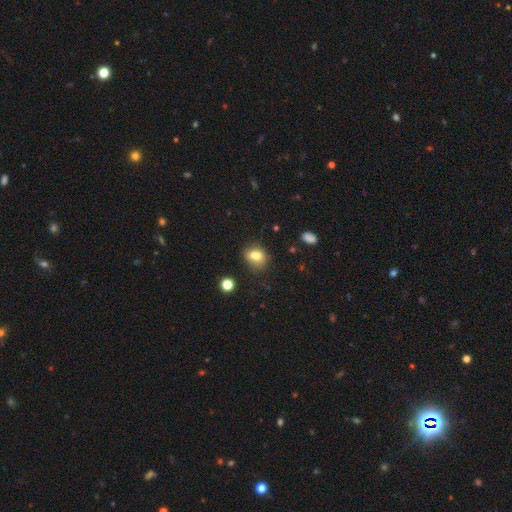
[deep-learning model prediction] smooth 74%, featured or disk 14%, star or artifact 12%. Down the decision tree: how rounded — round (50%); merging — none (48%).